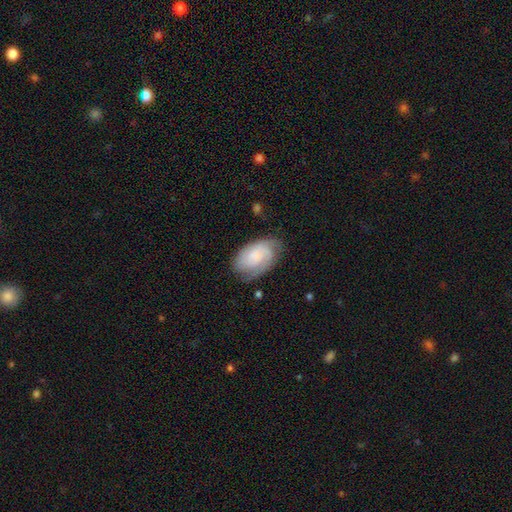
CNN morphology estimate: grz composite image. It shows a featured or disk galaxy (56%) with no bar (72%), spiral arms (91%) and a small central bulge (35%). Merging: none (70%).